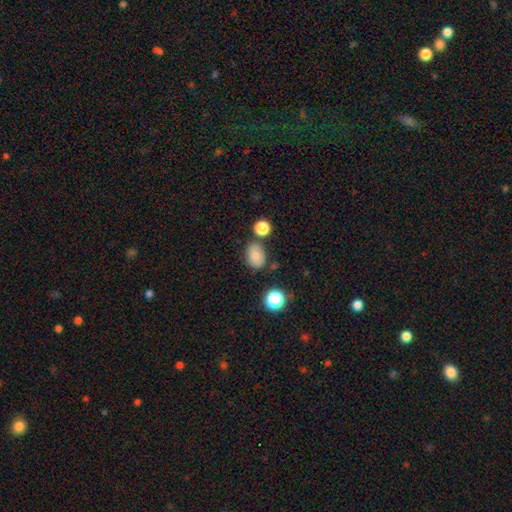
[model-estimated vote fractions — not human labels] smooth_or_featured: smooth (p=0.78) [alt: star or artifact p=0.12]
how_rounded: in between (p=0.63) [alt: round p=0.36]
merging: none (p=0.72) [alt: minor disturbance p=0.16]